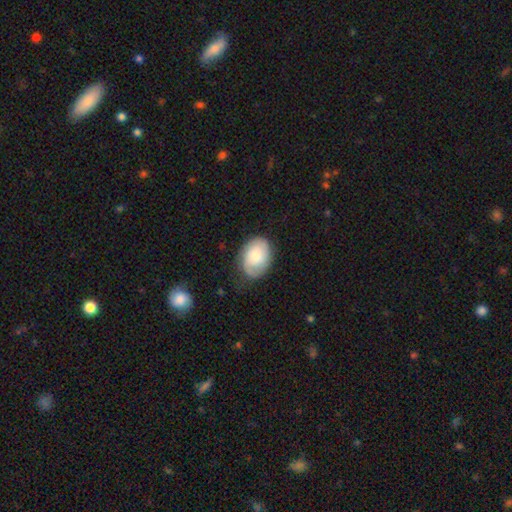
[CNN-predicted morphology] Smooth or featured? smooth (62%)
How rounded? in between (77%)
Merging? none (71%)